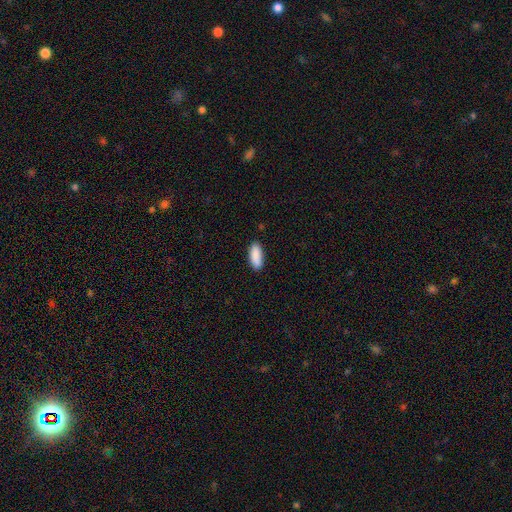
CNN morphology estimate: Smooth or featured? Predicted: smooth (p=0.90). How rounded? Predicted: in between (p=0.80). Merging? Predicted: none (p=0.86).